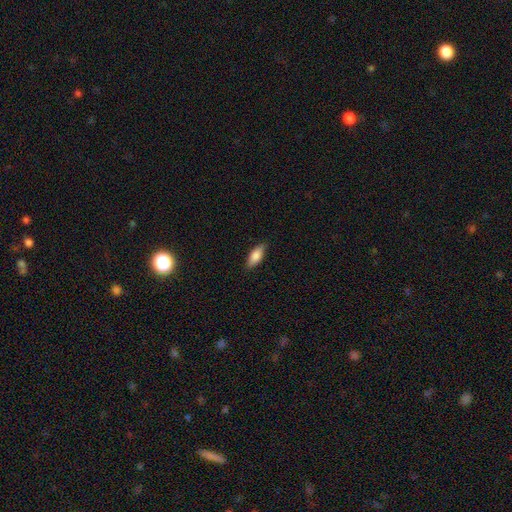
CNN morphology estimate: Overall: smooth (84%). How rounded: in between (76%). Merging: none (86%).